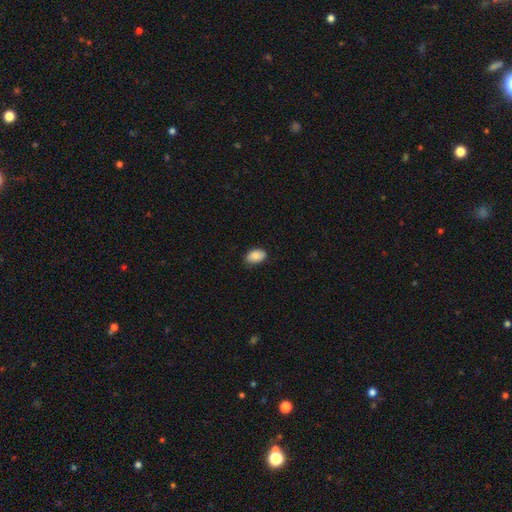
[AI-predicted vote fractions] This appears to be a smooth galaxy with no disk features (86%) that is in between round and cigar-shaped (90%). Merging: none (83%).